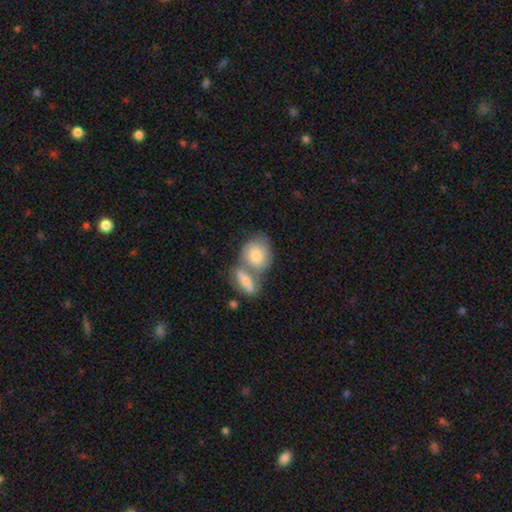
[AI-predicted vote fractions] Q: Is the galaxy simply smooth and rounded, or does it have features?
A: smooth — 66%.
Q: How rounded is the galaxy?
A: in between — 51%.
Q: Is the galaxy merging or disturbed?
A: merger — 61%.